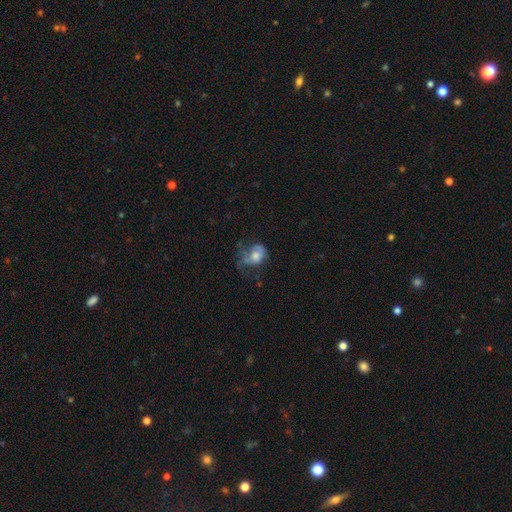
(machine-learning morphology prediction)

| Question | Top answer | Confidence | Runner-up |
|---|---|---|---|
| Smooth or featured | smooth | 51% | featured or disk (39%) |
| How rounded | in between | 62% | round (36%) |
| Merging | major disturbance | 45% | none (27%) |